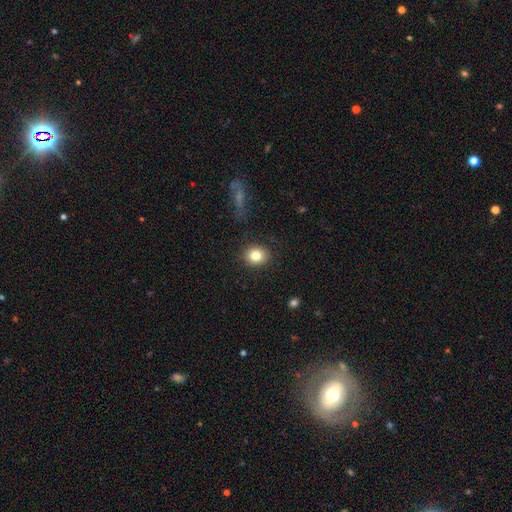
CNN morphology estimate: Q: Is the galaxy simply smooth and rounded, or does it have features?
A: smooth — 82%.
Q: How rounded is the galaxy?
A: round — 75%.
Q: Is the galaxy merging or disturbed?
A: none — 88%.